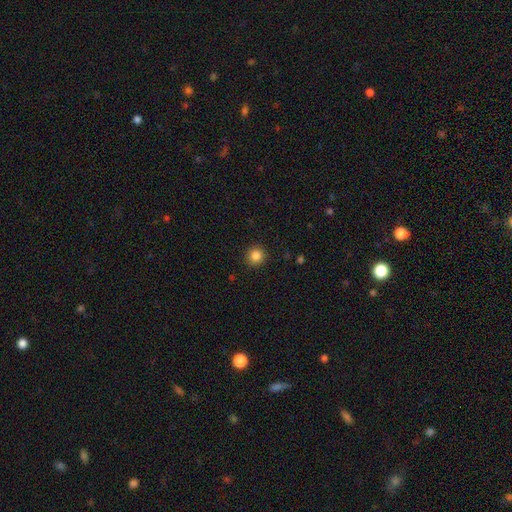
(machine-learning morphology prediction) This appears to be a smooth galaxy with no disk features (85%) that is round (93%). Merging: none (92%).